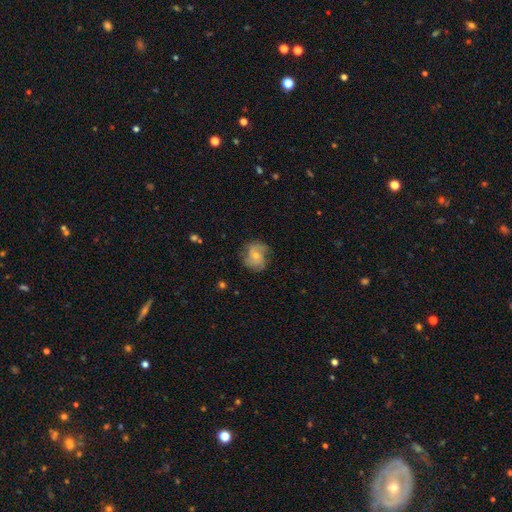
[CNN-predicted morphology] Smooth or featured?
  - featured or disk: 77% *
  - smooth: 16%
  - star or artifact: 7%
Edge-on disk?
  - no: 98% *
  - yes: 2%
Bar?
  - no: 72% *
  - weak: 24%
  - strong: 4%
Spiral arms?
  - yes: 95% *
  - no: 5%
Spiral winding?
  - medium: 49% *
  - tight: 34%
  - loose: 17%
Spiral arm count?
  - 3: 47% *
  - 2: 22%
  - can't tell: 13%
  - 4: 10%
  - 1: 4%
  - more than 4: 4%
Bulge size?
  - small: 59% *
  - moderate: 37%
  - none: 2%
  - large: 1%
  - dominant: 1%
Merging?
  - none: 73% *
  - minor disturbance: 19%
  - major disturbance: 7%
  - merger: 1%